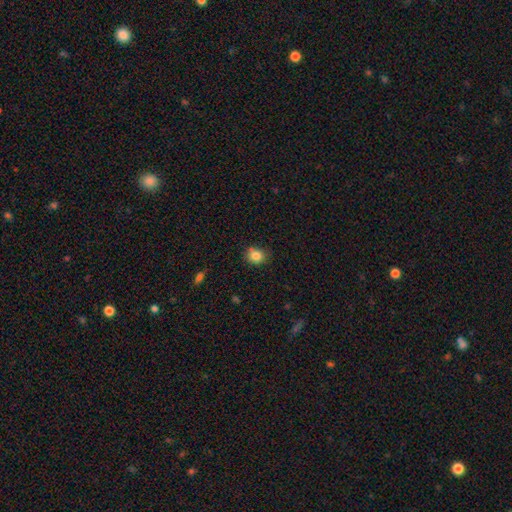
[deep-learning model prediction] smooth-or-featured: smooth: 84% | star or artifact: 11% | featured or disk: 6%
  how-rounded: round: 73% | in between: 26% | cigar-shaped: 1%
  merging: none: 79% | minor disturbance: 15% | major disturbance: 3% | merger: 3%